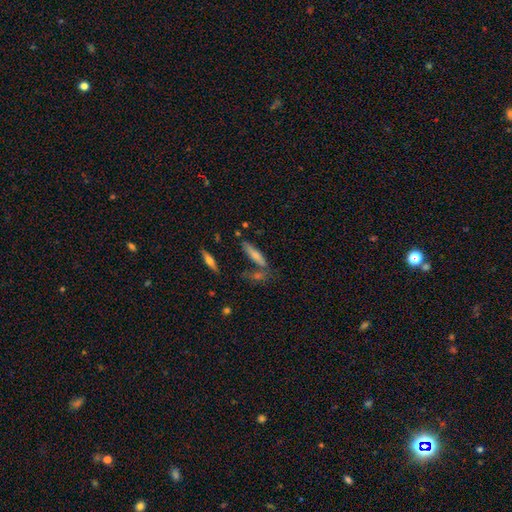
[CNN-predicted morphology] The model was most divided on "smooth or featured": smooth: 66%, featured or disk: 25%, star or artifact: 9%. More confident: how rounded — cigar-shaped (75%); merging — none (60%).